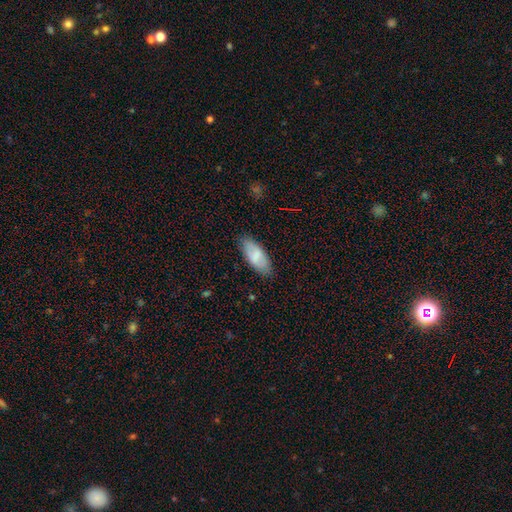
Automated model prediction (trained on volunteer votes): Smooth or featured? smooth (75%)
How rounded? in between (86%)
Merging? none (83%)